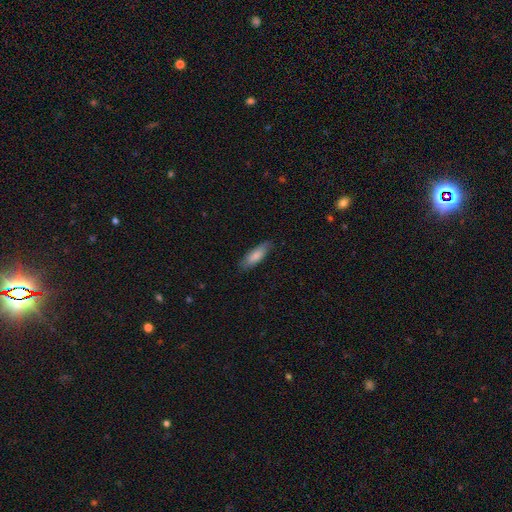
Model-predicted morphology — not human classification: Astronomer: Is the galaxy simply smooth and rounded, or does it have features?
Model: smooth — 82%.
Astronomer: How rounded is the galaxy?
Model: in between — 56% (runner-up: cigar-shaped, 43%).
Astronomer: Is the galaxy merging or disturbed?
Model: none — 81%.